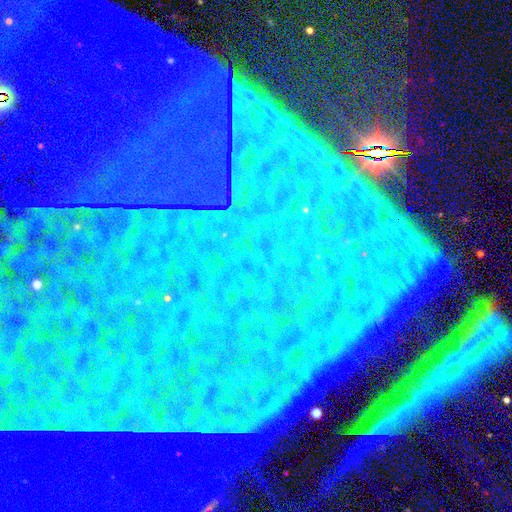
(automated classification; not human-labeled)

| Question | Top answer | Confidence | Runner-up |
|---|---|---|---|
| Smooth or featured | star or artifact | 86% | featured or disk (7%) |